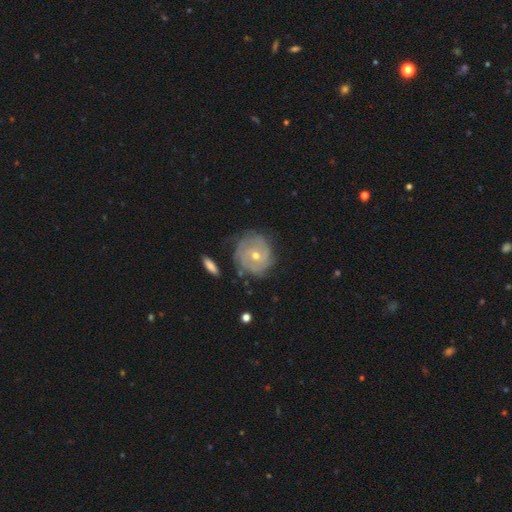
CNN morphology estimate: A featured or disk galaxy (77%) with no bar (73%), tight (75%) spiral arms (91%) and a small central bulge (49%). Merging: none (75%).